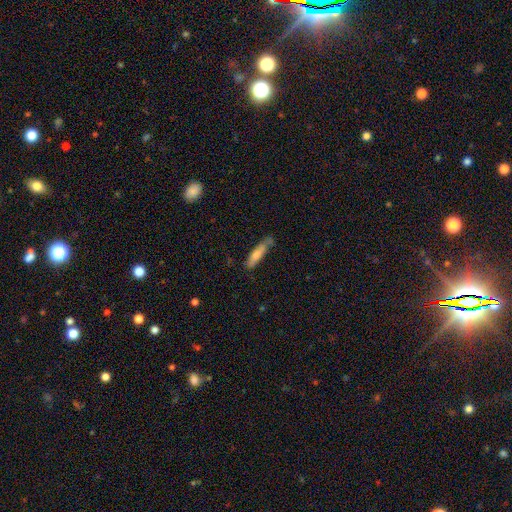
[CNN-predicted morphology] This appears to be a smooth galaxy with no disk features (72%) that is cigar-shaped (80%). Merging: none (63%).